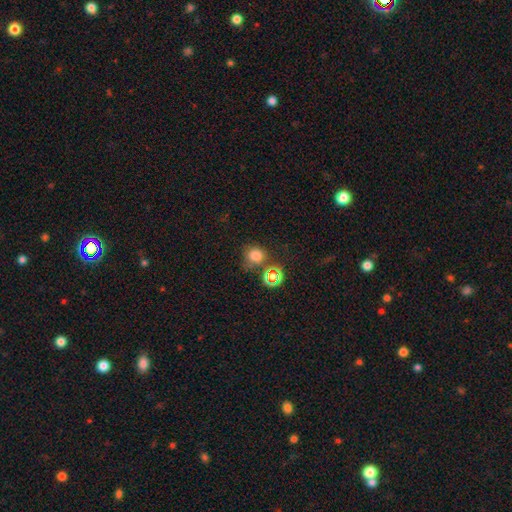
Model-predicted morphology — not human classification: A smooth galaxy with no disk features (73%) that is round (85%).

Vote fractions:
- Smooth or featured? smooth: 73% / star or artifact: 20% / featured or disk: 6%
- How rounded? round: 85% / in between: 14% / cigar-shaped: 1%
- Merging? none: 66% / minor disturbance: 16% / merger: 12% / major disturbance: 6%